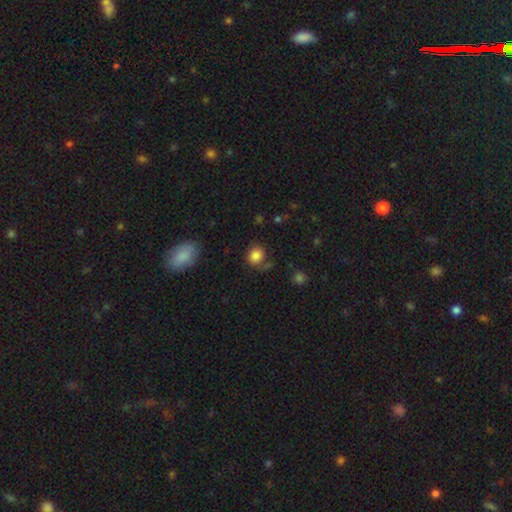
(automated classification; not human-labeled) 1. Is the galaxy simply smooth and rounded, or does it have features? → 83% smooth, 10% star or artifact, 6% featured or disk.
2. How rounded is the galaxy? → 83% round, 16% in between, 1% cigar-shaped.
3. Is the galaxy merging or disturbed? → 73% none, 15% minor disturbance, 6% major disturbance, 6% merger.